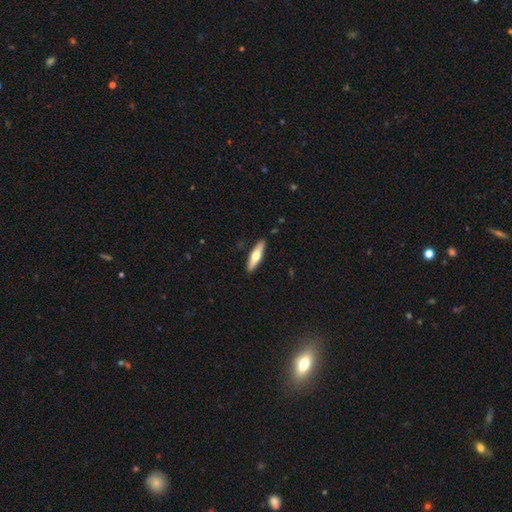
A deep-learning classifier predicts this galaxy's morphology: type=smooth (48%); merging=none (90%).